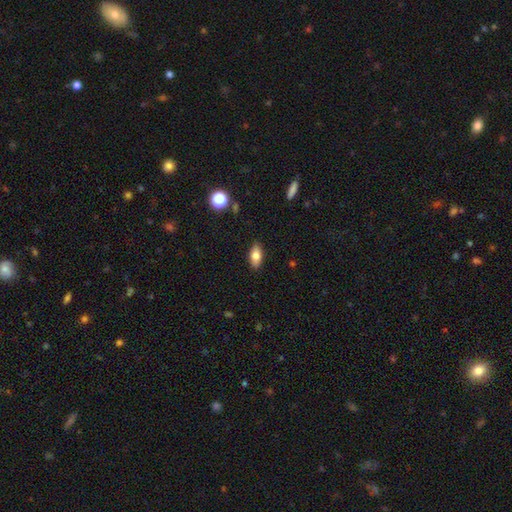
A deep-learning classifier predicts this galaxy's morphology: smooth 75%, featured or disk 17%, star or artifact 8%. Down the decision tree: how rounded — in between (84%); merging — none (88%).